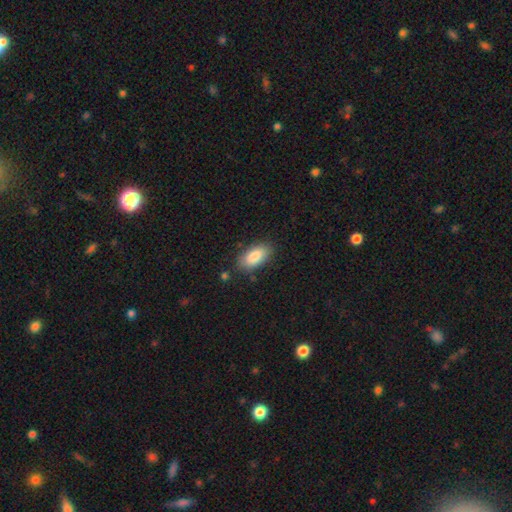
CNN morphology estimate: smooth-or-featured: smooth: 86% | featured or disk: 7% | star or artifact: 6%
  how-rounded: in between: 92% | cigar-shaped: 5% | round: 3%
  merging: none: 82% | minor disturbance: 12% | major disturbance: 3% | merger: 2%